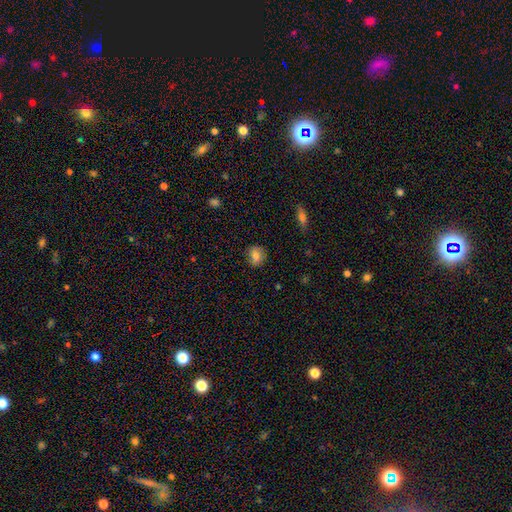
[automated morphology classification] type=smooth (79%); roundness=round (64%); merging=none (82%).